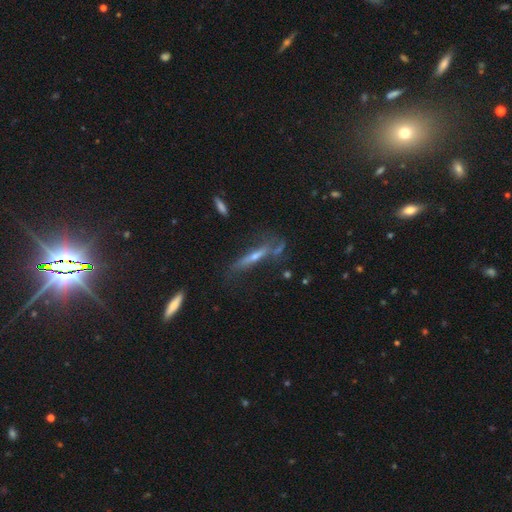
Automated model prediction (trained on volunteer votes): Q: Smooth or featured?
A: featured or disk (63%); runner-up: smooth (23%)
Q: Edge-on disk?
A: yes (79%); runner-up: no (21%)
Q: Merging?
A: none (56%); runner-up: minor disturbance (21%)